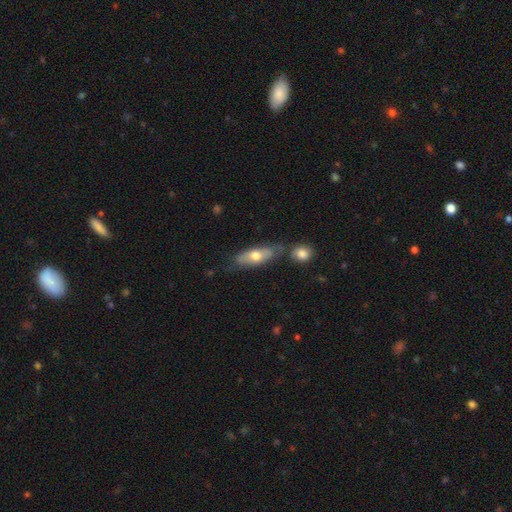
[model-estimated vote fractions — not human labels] A smooth galaxy with no disk features (58%) that is in between round and cigar-shaped (69%).

Vote fractions:
- Smooth or featured? smooth: 58% / featured or disk: 37% / star or artifact: 6%
- How rounded? in between: 69% / cigar-shaped: 28% / round: 3%
- Merging? none: 57% / minor disturbance: 20% / merger: 17% / major disturbance: 6%